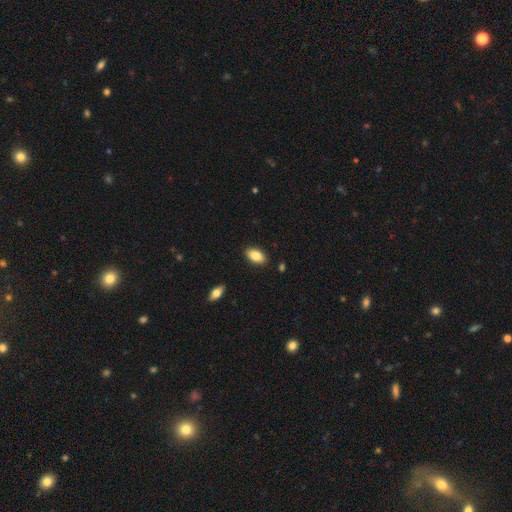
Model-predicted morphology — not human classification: smooth 85%, featured or disk 8%, star or artifact 7%. Down the decision tree: how rounded — in between (93%); merging — none (88%).